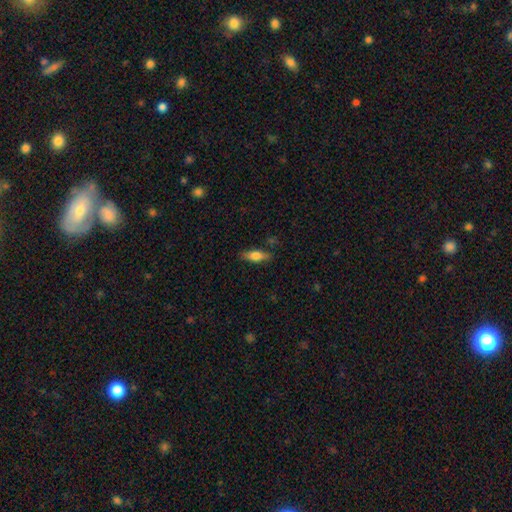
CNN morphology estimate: Smooth or featured: smooth — 69% (featured or disk — 24%)
How rounded: in between — 60% (cigar-shaped — 37%)
Merging: none — 80% (minor disturbance — 14%)